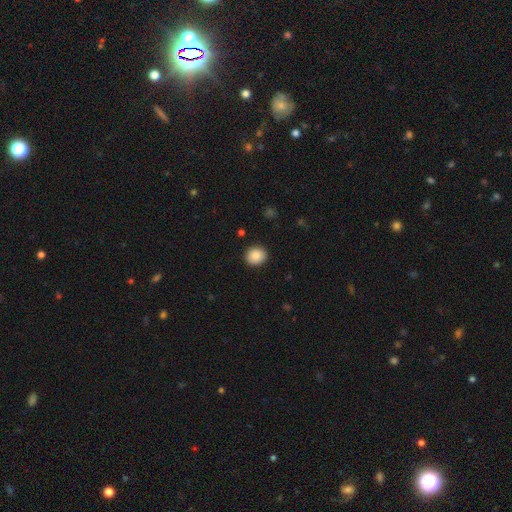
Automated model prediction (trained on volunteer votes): smooth 89%, star or artifact 8%, featured or disk 4%. Down the decision tree: how rounded — round (76%); merging — none (91%).